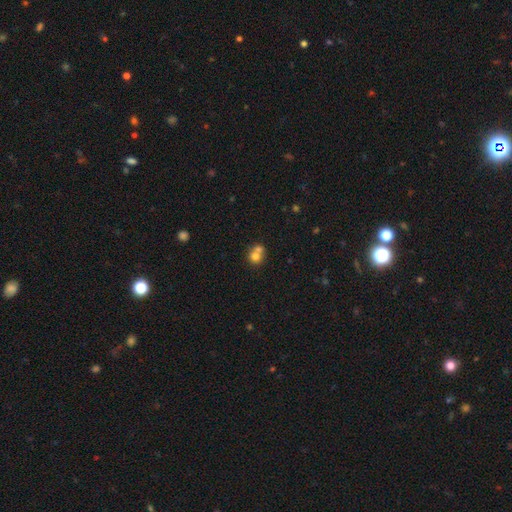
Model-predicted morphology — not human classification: Smooth or featured? Predicted: smooth (p=0.73). How rounded? Predicted: round (p=0.80). Merging? Predicted: merger (p=0.57).